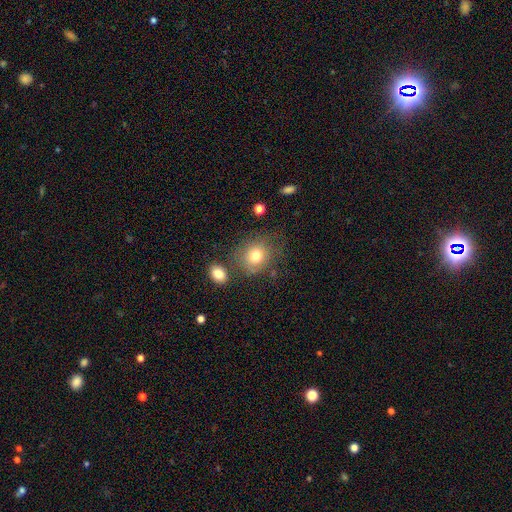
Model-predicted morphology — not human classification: smooth-or-featured: smooth: 77% | featured or disk: 12% | star or artifact: 11%
  how-rounded: round: 73% | in between: 26% | cigar-shaped: 1%
  merging: none: 67% | minor disturbance: 17% | merger: 9% | major disturbance: 8%